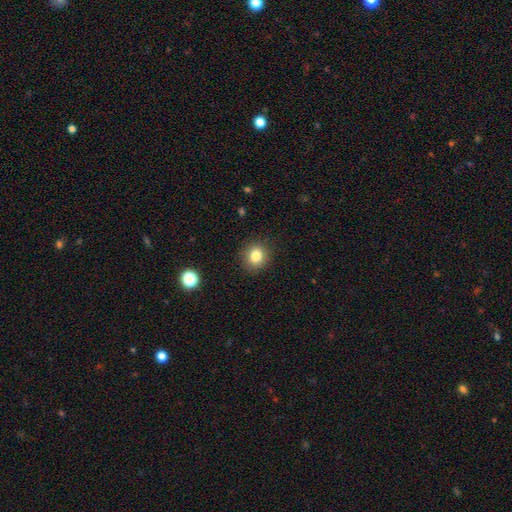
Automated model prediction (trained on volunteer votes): A smooth galaxy with no disk features (82%) that is round (82%).

Vote fractions:
- Smooth or featured? smooth: 82% / star or artifact: 12% / featured or disk: 7%
- How rounded? round: 82% / in between: 17% / cigar-shaped: 1%
- Merging? none: 90% / minor disturbance: 7% / major disturbance: 2% / merger: 1%